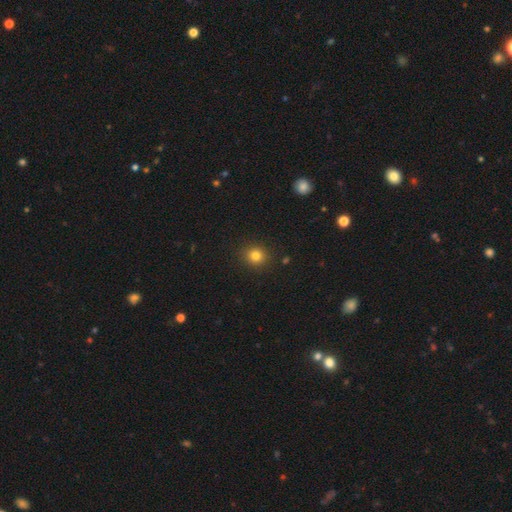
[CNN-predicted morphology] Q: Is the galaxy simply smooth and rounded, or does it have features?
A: smooth — 81%.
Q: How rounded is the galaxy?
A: round — 86%.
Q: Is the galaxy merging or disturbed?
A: none — 90%.